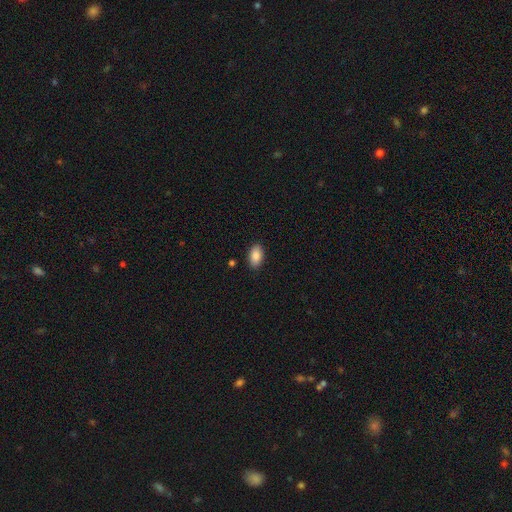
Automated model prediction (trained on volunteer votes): Q: Smooth or featured?
A: smooth (88%); runner-up: star or artifact (7%)
Q: How rounded?
A: in between (93%); runner-up: round (5%)
Q: Merging?
A: none (88%); runner-up: minor disturbance (8%)